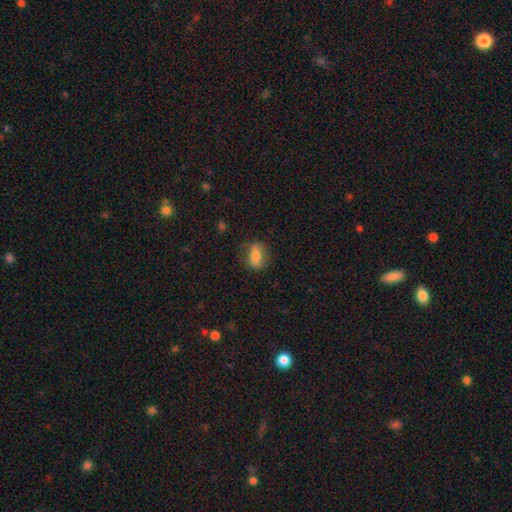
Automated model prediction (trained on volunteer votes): Smooth or featured: smooth — 71% (featured or disk — 21%)
How rounded: in between — 76% (round — 15%)
Merging: none — 75% (minor disturbance — 18%)